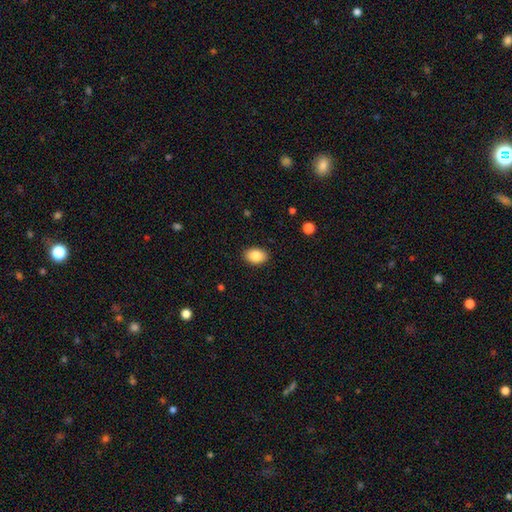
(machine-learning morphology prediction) Smooth or featured? Predicted: smooth (p=0.86). How rounded? Predicted: in between (p=0.83). Merging? Predicted: none (p=0.89).